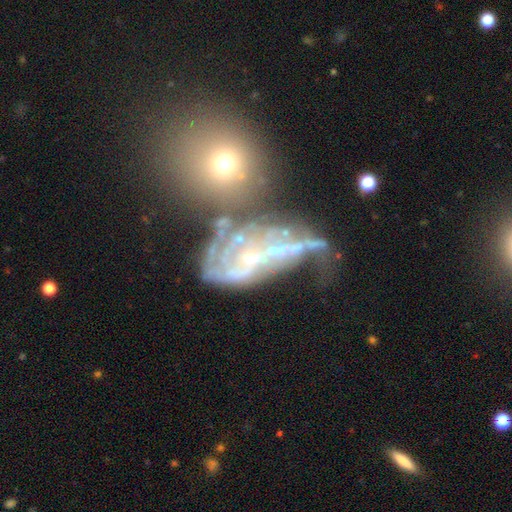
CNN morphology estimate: smooth_or_featured: featured or disk (p=0.71) [alt: star or artifact p=0.15]
disk_edge_on: no (p=0.90) [alt: yes p=0.10]
bar: no (p=0.63) [alt: weak p=0.24]
has_spiral_arms: yes (p=0.70) [alt: no p=0.30]
bulge_size: small (p=0.68) [alt: moderate p=0.24]
merging: merger (p=0.32) [alt: major disturbance p=0.30]